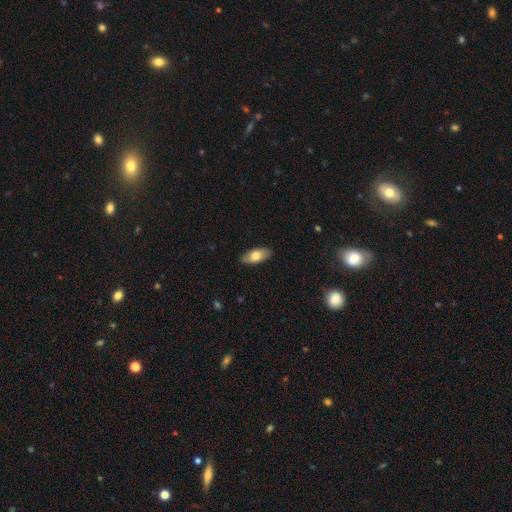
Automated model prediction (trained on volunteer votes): smooth-or-featured: smooth: 74% | featured or disk: 20% | star or artifact: 6%
  how-rounded: in between: 87% | cigar-shaped: 10% | round: 2%
  merging: none: 87% | minor disturbance: 10% | major disturbance: 2% | merger: 1%